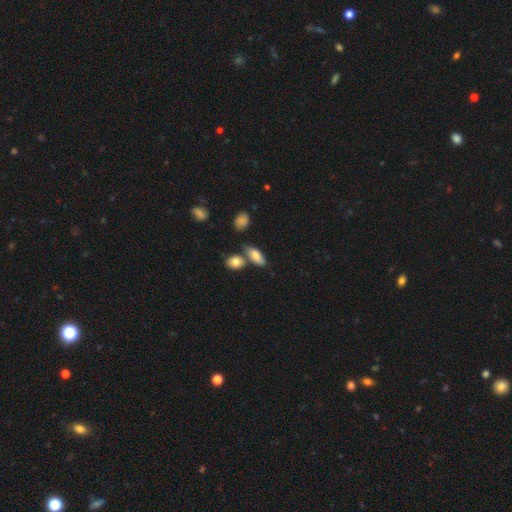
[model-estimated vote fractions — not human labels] A smooth galaxy with no disk features (78%) that is in between round and cigar-shaped (83%). Merging: none (53%).